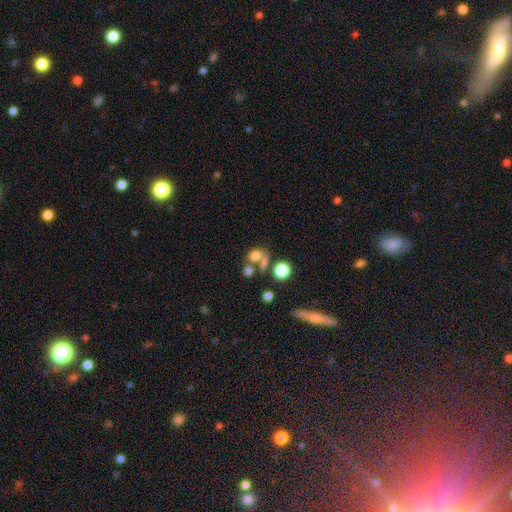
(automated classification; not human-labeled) Q: Smooth or featured?
A: smooth (71%); runner-up: star or artifact (16%)
Q: How rounded?
A: in between (49%); tied with: round (49%)
Q: Merging?
A: merger (41%); runner-up: none (39%)